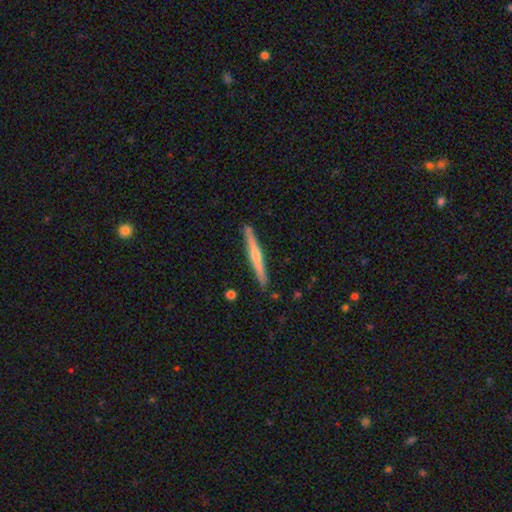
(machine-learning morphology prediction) Q: Smooth or featured?
A: featured or disk (58%); runner-up: smooth (37%)
Q: Edge-on disk?
A: yes (97%); runner-up: no (3%)
Q: Edge-on bulge?
A: rounded (72%); runner-up: none (23%)
Q: Merging?
A: none (90%); runner-up: minor disturbance (7%)